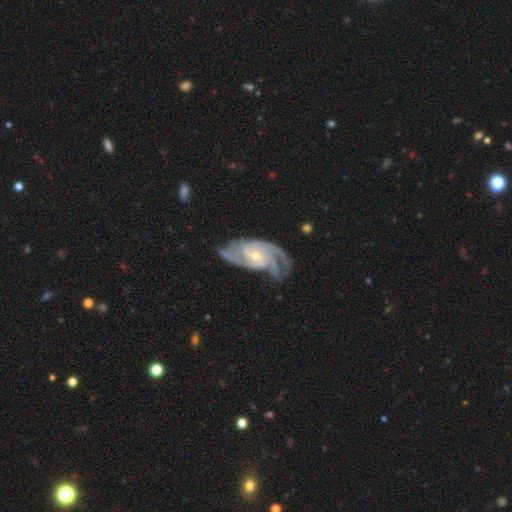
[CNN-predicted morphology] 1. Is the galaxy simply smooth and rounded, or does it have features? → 91% featured or disk, 4% smooth, 4% star or artifact.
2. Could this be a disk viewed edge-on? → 96% no, 4% yes.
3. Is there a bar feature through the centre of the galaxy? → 50% no, 38% weak, 12% strong.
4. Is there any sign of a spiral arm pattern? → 98% yes, 2% no.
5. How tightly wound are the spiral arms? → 45% medium, 44% tight, 11% loose.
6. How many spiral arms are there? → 42% 3, 26% 2, 12% 4, 11% can't tell, 5% 1, 4% more than 4.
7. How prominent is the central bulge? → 55% small, 41% moderate, 1% large, 1% none, 1% dominant.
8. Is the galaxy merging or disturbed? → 66% none, 21% minor disturbance, 11% major disturbance, 2% merger.